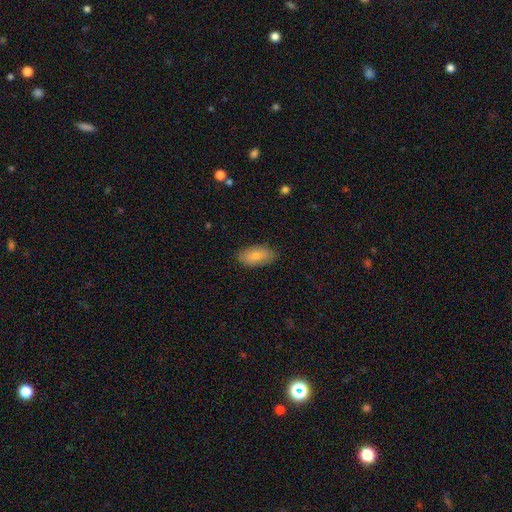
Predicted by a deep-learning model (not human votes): Smooth or featured: smooth — 79% (featured or disk — 15%)
How rounded: in between — 93% (cigar-shaped — 4%)
Merging: none — 85% (minor disturbance — 12%)